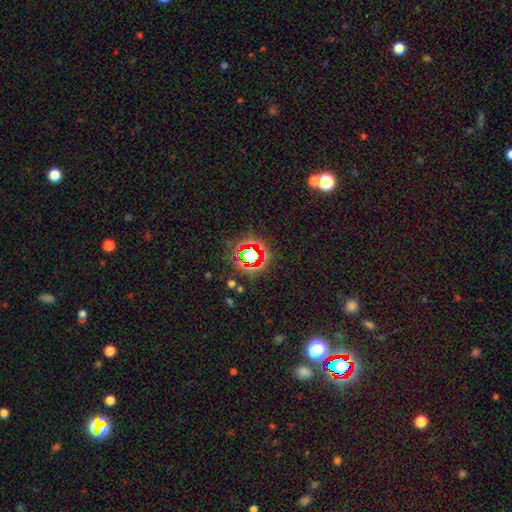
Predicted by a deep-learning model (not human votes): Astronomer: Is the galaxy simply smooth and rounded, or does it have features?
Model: star or artifact — 68%.